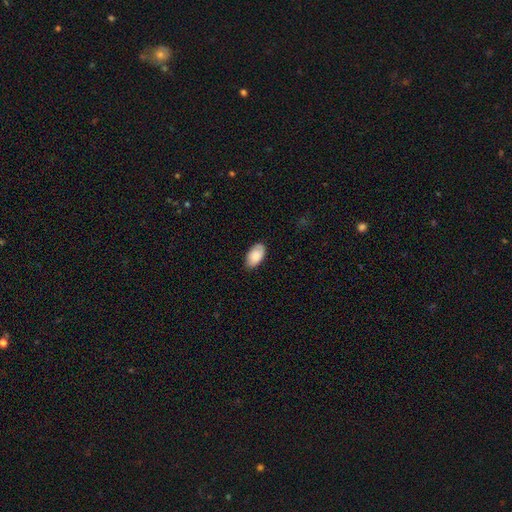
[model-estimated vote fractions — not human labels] smooth 84%, featured or disk 9%, star or artifact 6%. Down the decision tree: how rounded — in between (95%); merging — none (78%).